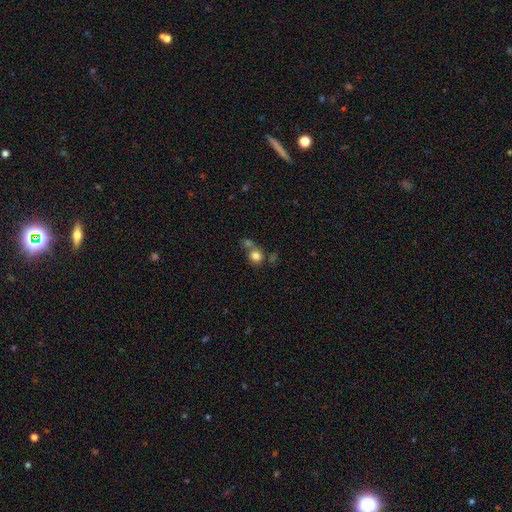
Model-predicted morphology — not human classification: smooth_or_featured: smooth (p=0.79) [alt: star or artifact p=0.11]
how_rounded: round (p=0.78) [alt: in between p=0.21]
merging: merger (p=0.43) [alt: none p=0.39]